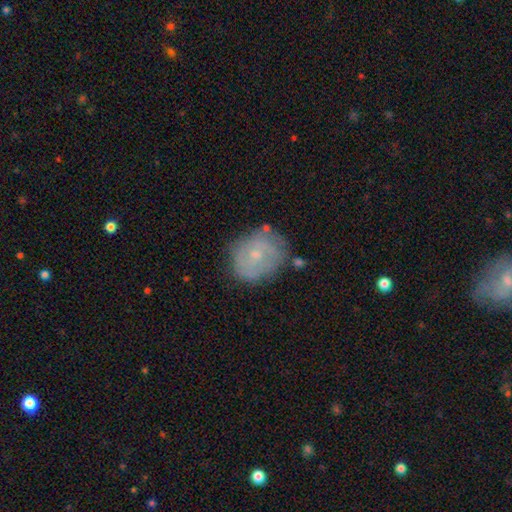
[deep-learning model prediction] Smooth or featured?
  - featured or disk: 52% *
  - smooth: 40%
  - star or artifact: 9%
Edge-on disk?
  - no: 97% *
  - yes: 3%
Merging?
  - none: 68% *
  - minor disturbance: 22%
  - major disturbance: 7%
  - merger: 3%